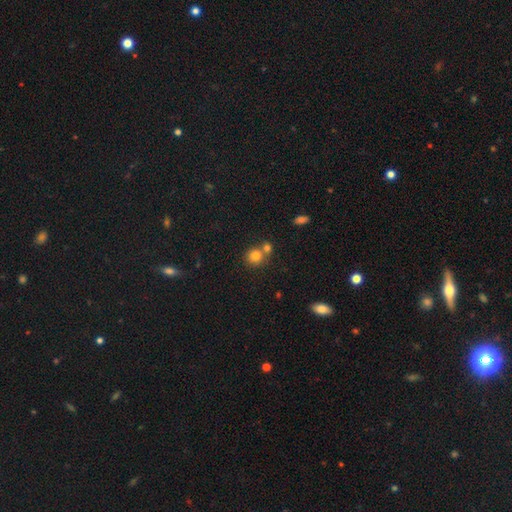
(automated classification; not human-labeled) Smooth or featured? Predicted: smooth (p=0.80). How rounded? Predicted: round (p=0.86). Merging? Predicted: none (p=0.52).